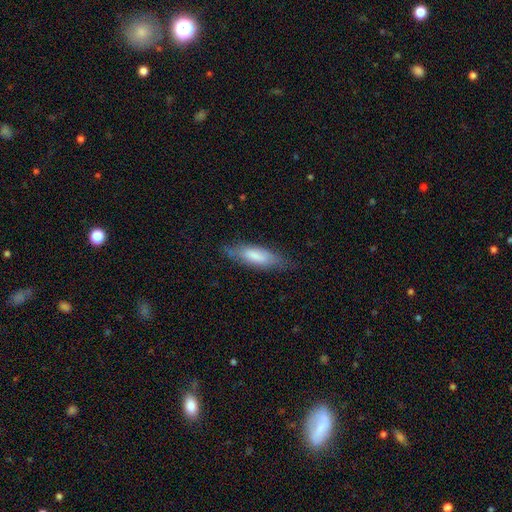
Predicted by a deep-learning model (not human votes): The model was most divided on "how rounded": in between: 51%, cigar-shaped: 47%, round: 2%. More confident: merging — none (73%); smooth or featured — smooth (71%).